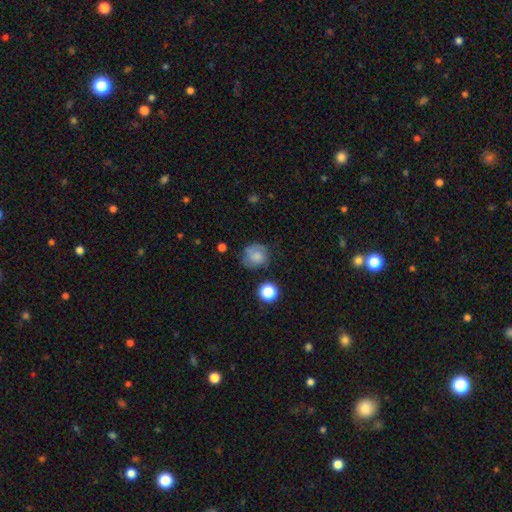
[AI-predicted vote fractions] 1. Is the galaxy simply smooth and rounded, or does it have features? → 73% smooth, 16% featured or disk, 11% star or artifact.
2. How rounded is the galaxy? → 80% round, 19% in between, 1% cigar-shaped.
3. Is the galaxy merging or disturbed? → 66% none, 23% minor disturbance, 8% major disturbance, 4% merger.